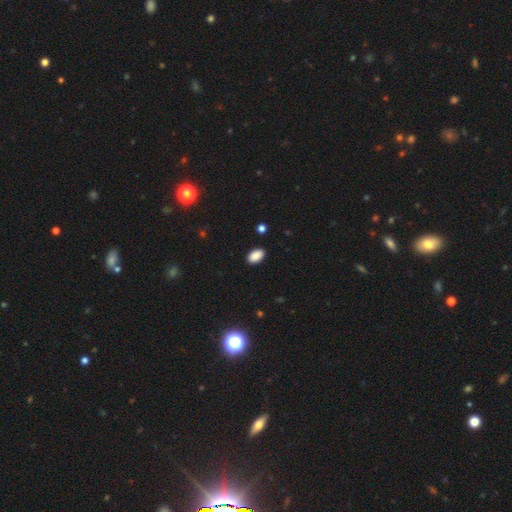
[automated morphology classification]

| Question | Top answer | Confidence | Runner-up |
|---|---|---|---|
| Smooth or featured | smooth | 89% | star or artifact (8%) |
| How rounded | in between | 93% | round (5%) |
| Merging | none | 89% | minor disturbance (8%) |